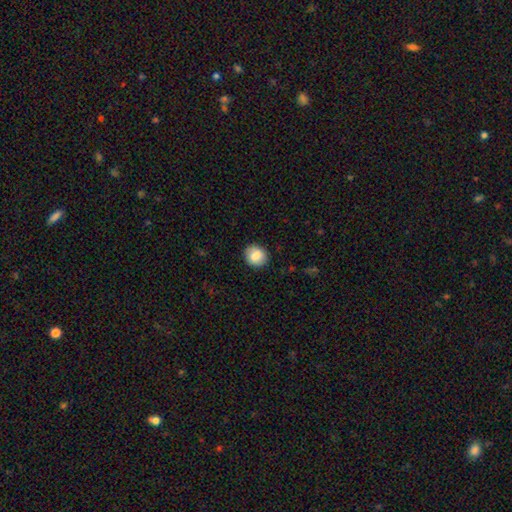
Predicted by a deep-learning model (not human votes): This appears to be a smooth galaxy with no disk features (83%) that is round (74%). Merging: none (88%).